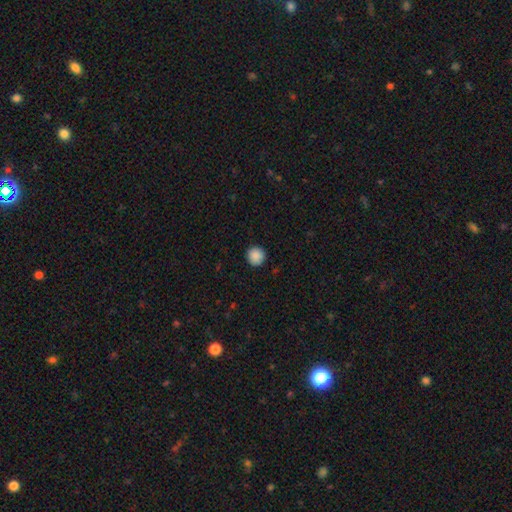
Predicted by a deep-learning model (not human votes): Smooth or featured: smooth — 89% (star or artifact — 9%)
How rounded: round — 95% (in between — 4%)
Merging: none — 91% (minor disturbance — 6%)